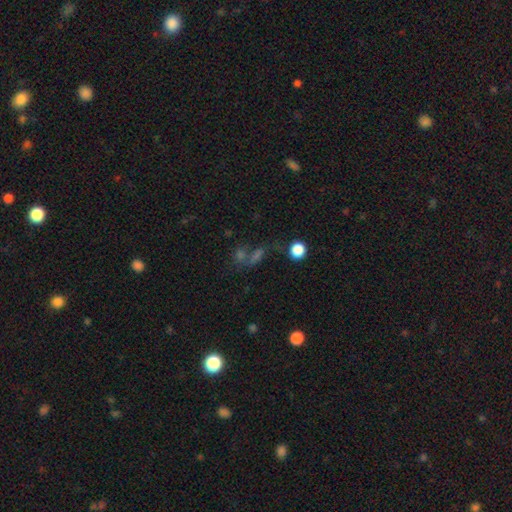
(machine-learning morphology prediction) Smooth or featured? Predicted: smooth (p=0.41). Merging? Predicted: none (p=0.42).